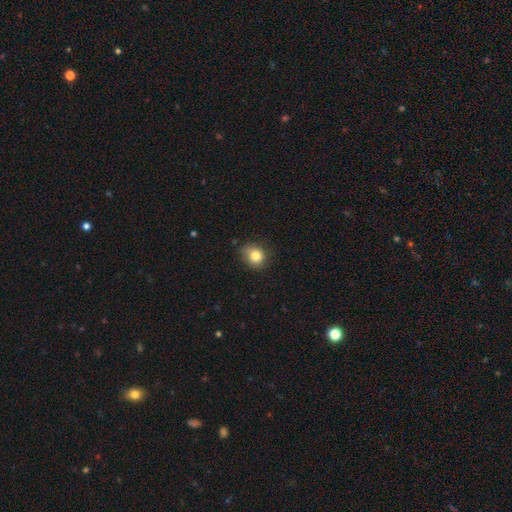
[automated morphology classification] Q: Smooth or featured?
A: smooth (82%); runner-up: star or artifact (11%)
Q: How rounded?
A: round (75%); runner-up: in between (24%)
Q: Merging?
A: none (72%); runner-up: minor disturbance (22%)